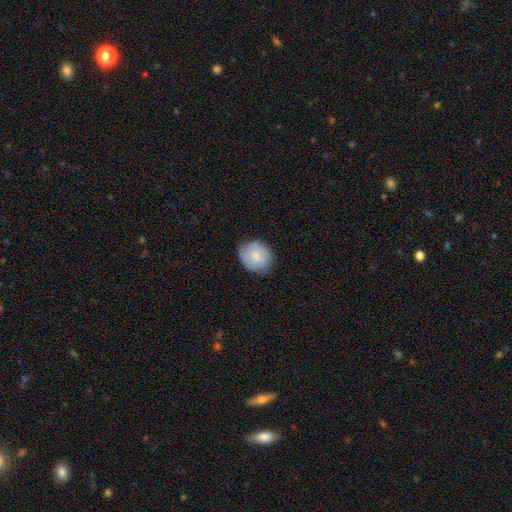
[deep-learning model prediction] Smooth or featured? Predicted: smooth (p=0.74). How rounded? Predicted: round (p=0.73). Merging? Predicted: none (p=0.70).